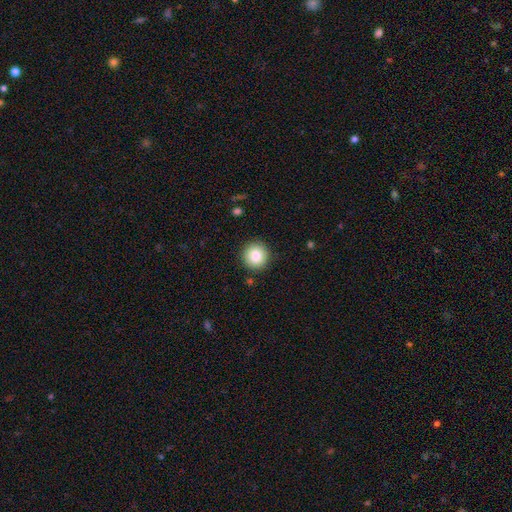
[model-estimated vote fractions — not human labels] Overall: smooth (84%). How rounded: round (92%). Merging: none (90%).